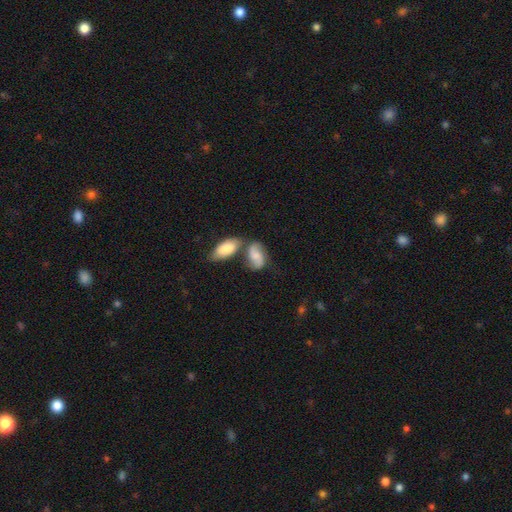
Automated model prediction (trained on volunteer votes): smooth-or-featured: smooth: 48% | featured or disk: 44% | star or artifact: 7%
  merging: none: 39% (tied) | merger: 39% (tied) | minor disturbance: 16% | major disturbance: 7%